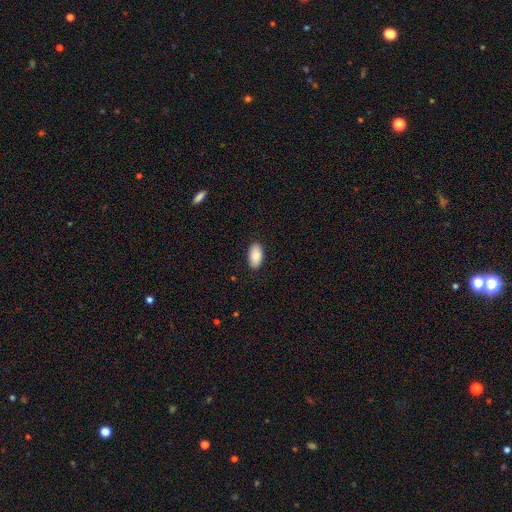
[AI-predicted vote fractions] Smooth or featured: smooth — 88% (star or artifact — 6%)
How rounded: in between — 95% (round — 3%)
Merging: none — 88% (minor disturbance — 9%)